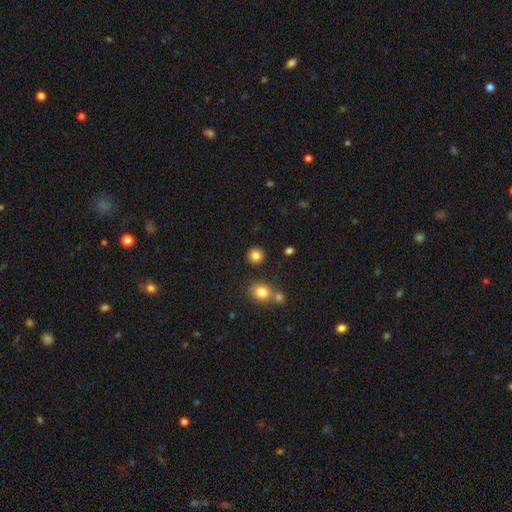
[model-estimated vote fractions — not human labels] This appears to be a smooth galaxy with no disk features (84%) that is round (92%). Merging: none (87%).